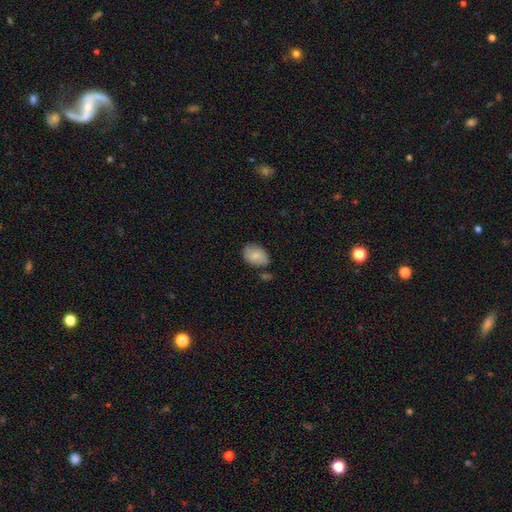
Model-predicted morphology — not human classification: smooth 83%, featured or disk 11%, star or artifact 7%. Down the decision tree: how rounded — in between (85%); merging — none (70%).